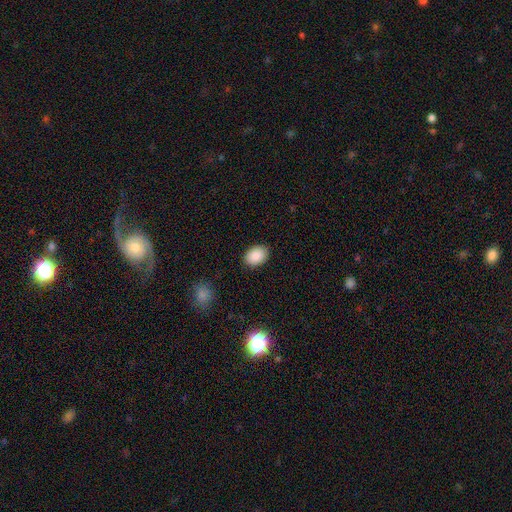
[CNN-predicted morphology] This is clearly a smooth galaxy (89%). How rounded: likely in between (76%). Merging: clearly none (88%).